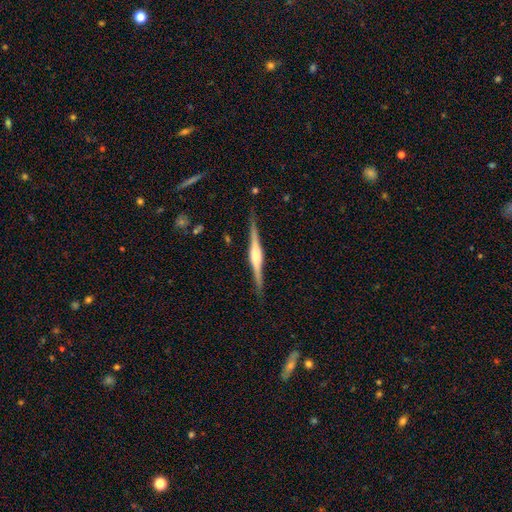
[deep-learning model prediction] smooth_or_featured: featured or disk (p=0.81) [alt: smooth p=0.14]
disk_edge_on: yes (p=0.98) [alt: no p=0.02]
edge_on_bulge: rounded (p=0.77) [alt: boxy p=0.19]
merging: none (p=0.89) [alt: minor disturbance p=0.08]